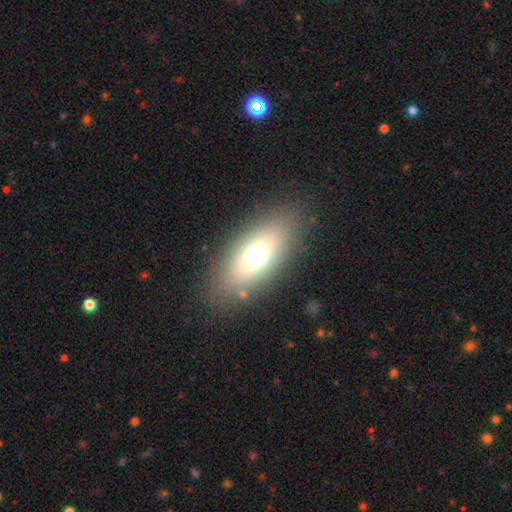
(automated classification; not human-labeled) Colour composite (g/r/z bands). It shows a smooth galaxy with no disk features (67%) that is in between round and cigar-shaped (81%). Merging: none (83%).